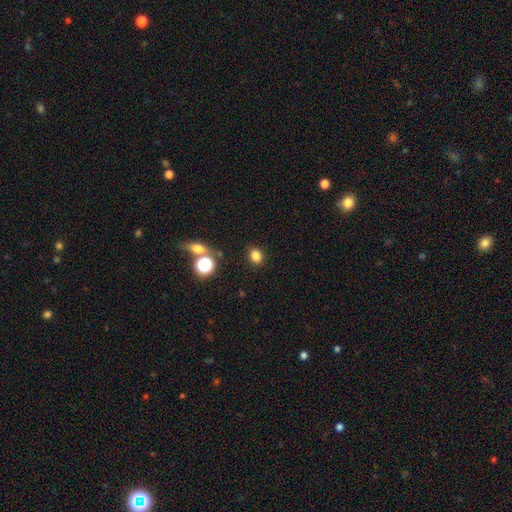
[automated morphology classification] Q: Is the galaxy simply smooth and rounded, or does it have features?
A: smooth — 81%.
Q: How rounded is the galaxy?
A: round — 52%.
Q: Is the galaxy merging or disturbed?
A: none — 86%.